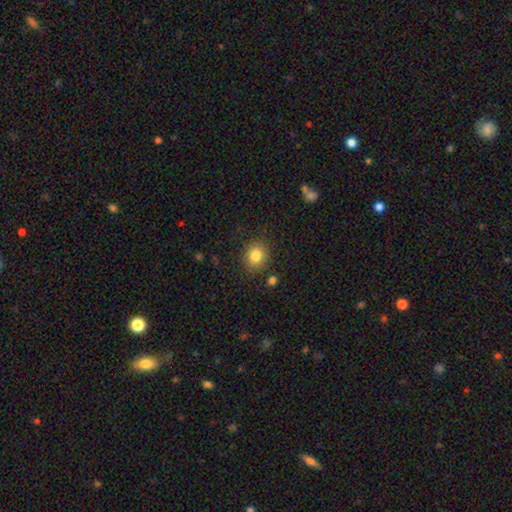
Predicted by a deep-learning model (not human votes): Overall: smooth (83%). How rounded: round (65%; in between 34%). Merging: none (85%).